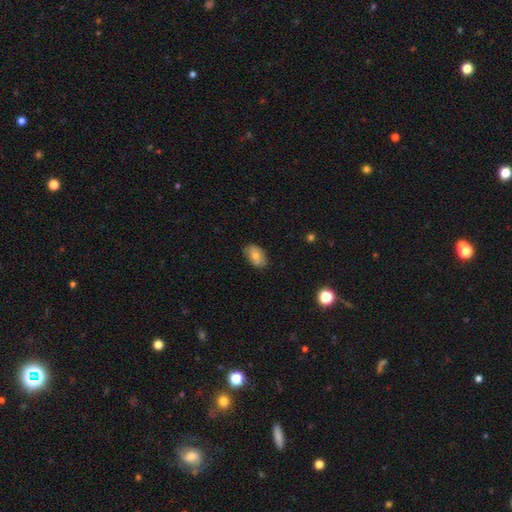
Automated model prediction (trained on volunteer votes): smooth_or_featured: smooth (p=0.75) [alt: featured or disk p=0.18]
how_rounded: in between (p=0.90) [alt: round p=0.09]
merging: none (p=0.78) [alt: minor disturbance p=0.18]